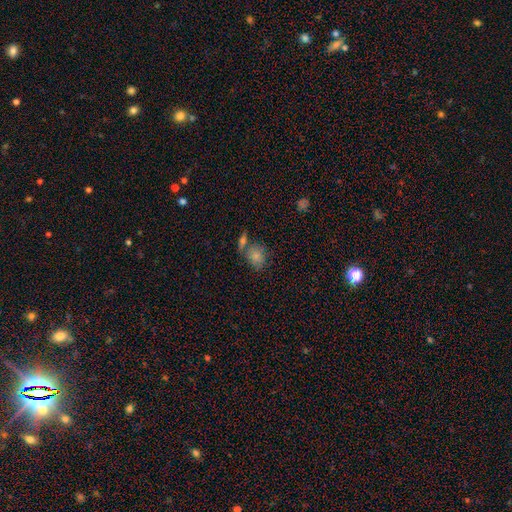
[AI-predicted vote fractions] smooth 80%, featured or disk 10%, star or artifact 10%. Down the decision tree: how rounded — round (54%); merging — none (54%).